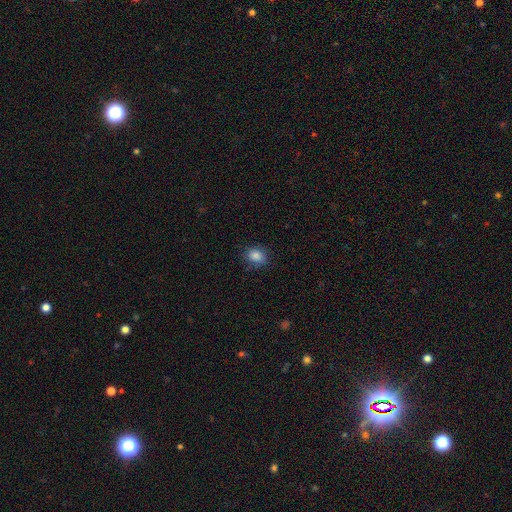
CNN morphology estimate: Smooth or featured? Predicted: smooth (p=0.85). How rounded? Predicted: in between (p=0.65). Merging? Predicted: none (p=0.78).